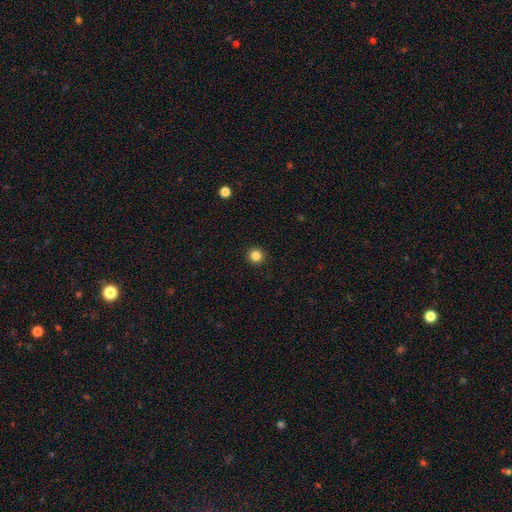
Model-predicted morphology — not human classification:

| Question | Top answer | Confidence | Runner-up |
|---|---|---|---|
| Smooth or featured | smooth | 84% | star or artifact (12%) |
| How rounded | round | 95% | in between (4%) |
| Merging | none | 93% | minor disturbance (4%) |